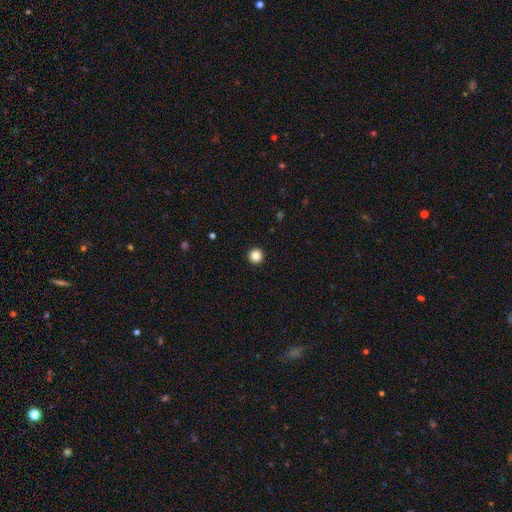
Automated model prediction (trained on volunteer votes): This appears to be a smooth galaxy with no disk features (85%) that is round (97%). Merging: none (94%).